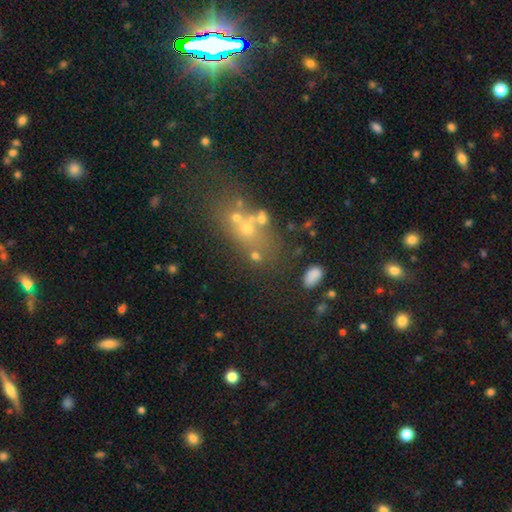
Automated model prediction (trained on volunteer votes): Morphology: type=smooth (49%); merging=none (45%).